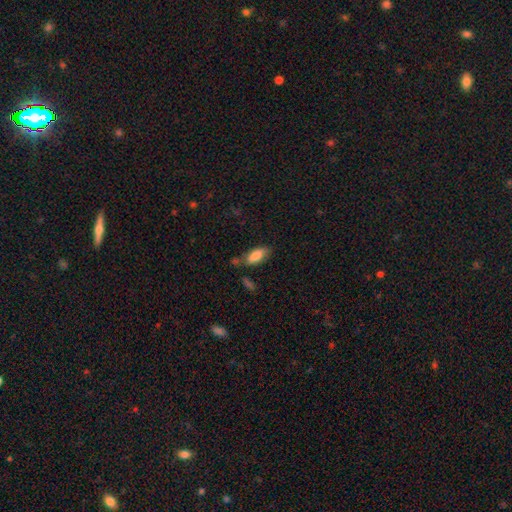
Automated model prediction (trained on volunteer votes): A smooth galaxy with no disk features (82%) that is in between round and cigar-shaped (78%). Merging: none (65%).